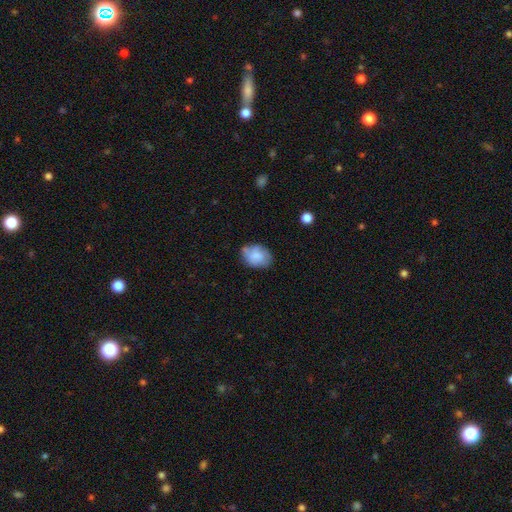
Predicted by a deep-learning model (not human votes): Smooth or featured: smooth — 74% (featured or disk — 19%)
How rounded: in between — 71% (round — 28%)
Merging: none — 65% (minor disturbance — 26%)